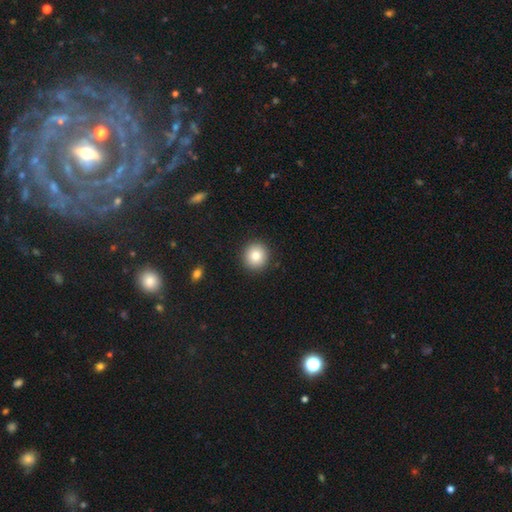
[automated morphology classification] Smooth or featured? smooth (82%)
How rounded? round (92%)
Merging? none (92%)